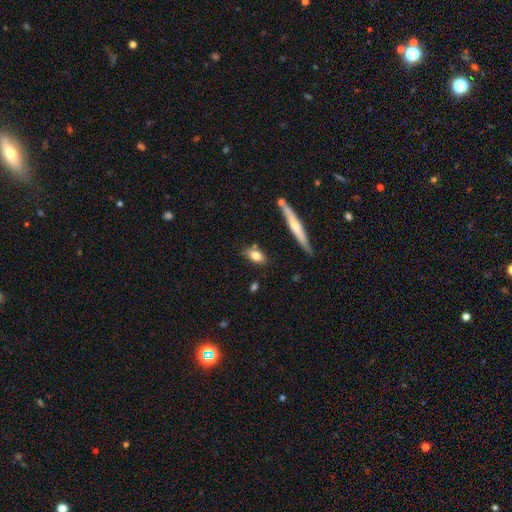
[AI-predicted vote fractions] This appears to be a smooth galaxy with no disk features (72%) that is in between round and cigar-shaped (73%). Merging: none (76%).